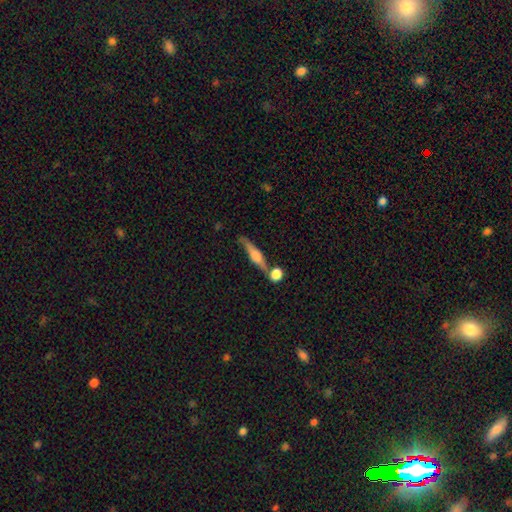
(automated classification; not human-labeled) The model was most divided on "smooth or featured": featured or disk: 64%, smooth: 29%, star or artifact: 7%. More confident: edge-on disk — yes (94%); edge-on bulge — rounded (87%); merging — none (66%).